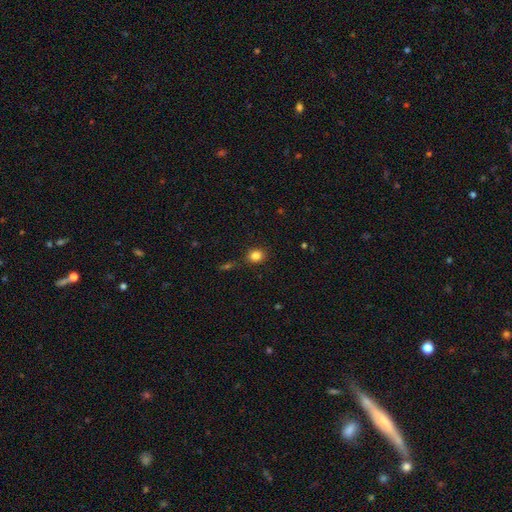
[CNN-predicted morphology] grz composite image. It shows a smooth galaxy with no disk features (84%) that is round (61%). Merging: none (84%).